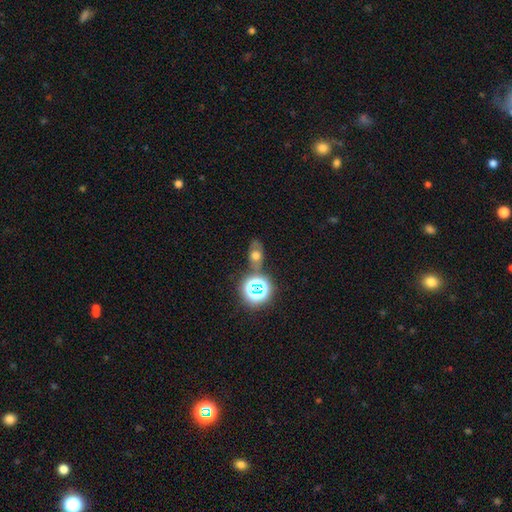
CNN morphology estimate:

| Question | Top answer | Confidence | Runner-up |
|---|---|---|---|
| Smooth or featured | smooth | 53% | star or artifact (27%) |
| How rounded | in between | 65% | round (32%) |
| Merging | none | 62% | minor disturbance (16%) |